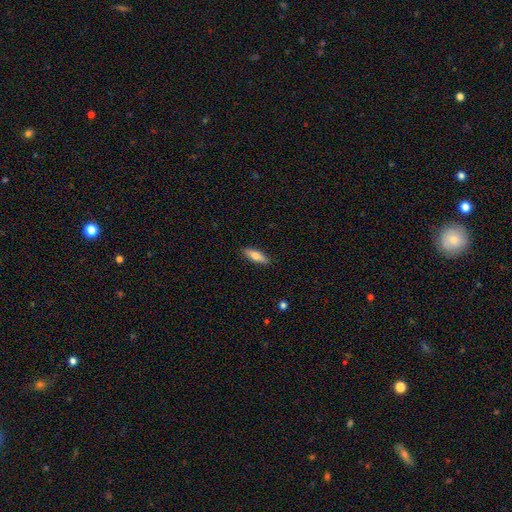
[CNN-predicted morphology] Smooth or featured? Predicted: smooth (p=0.75). How rounded? Predicted: in between (p=0.50). Merging? Predicted: none (p=0.89).